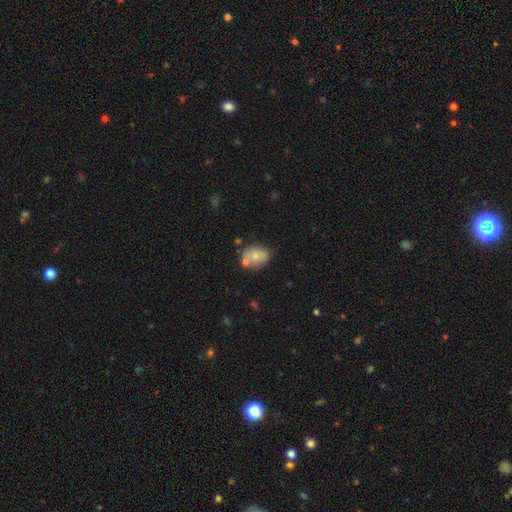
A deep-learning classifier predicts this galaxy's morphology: This is likely a smooth galaxy (69%). How rounded: likely in between (61%). Merging: possibly none (55%).